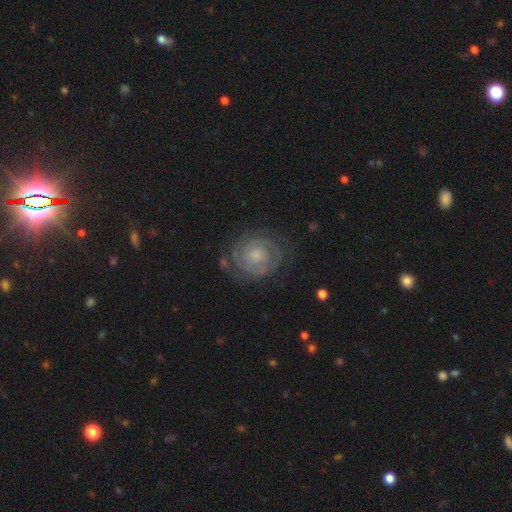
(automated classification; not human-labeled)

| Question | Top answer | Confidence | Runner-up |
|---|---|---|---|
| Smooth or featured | featured or disk | 81% | smooth (12%) |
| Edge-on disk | no | 98% | yes (2%) |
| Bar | no | 75% | weak (21%) |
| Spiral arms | yes | 95% | no (5%) |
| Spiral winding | tight | 77% | medium (19%) |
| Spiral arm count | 2 | 59% | can't tell (19%) |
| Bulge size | small | 56% | moderate (32%) |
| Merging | none | 76% | minor disturbance (15%) |